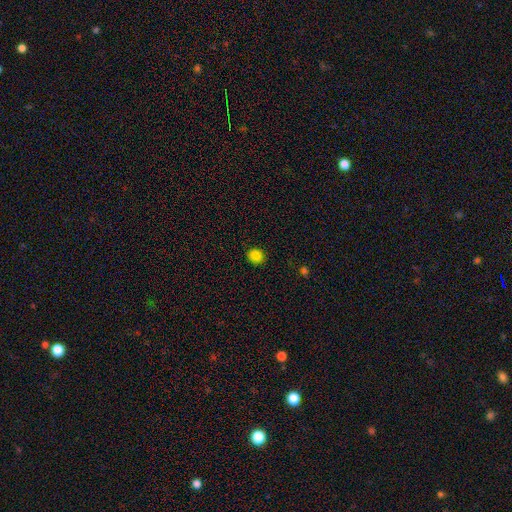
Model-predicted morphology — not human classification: Q: Smooth or featured?
A: smooth (84%); runner-up: star or artifact (13%)
Q: How rounded?
A: round (77%); runner-up: in between (22%)
Q: Merging?
A: none (90%); runner-up: minor disturbance (7%)